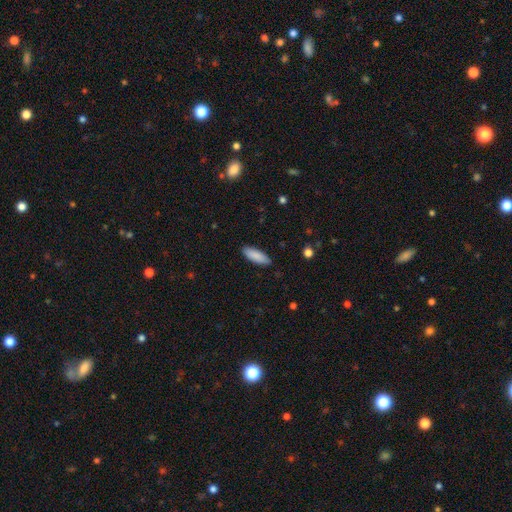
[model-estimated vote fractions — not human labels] This appears to be a smooth galaxy with no disk features (88%) that is in between round and cigar-shaped (63%). Merging: none (88%).